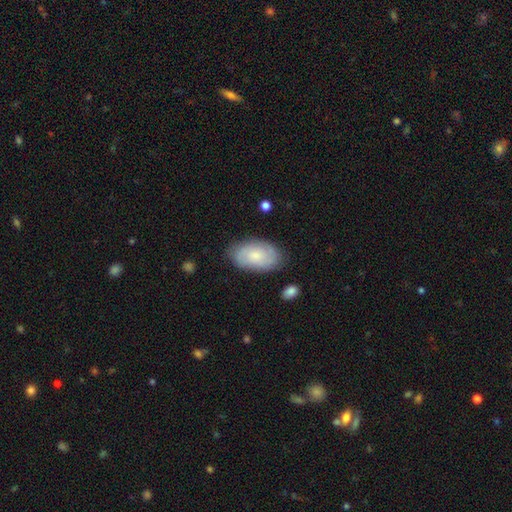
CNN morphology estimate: This appears to be a featured or disk galaxy (47%). Merging: none (79%).